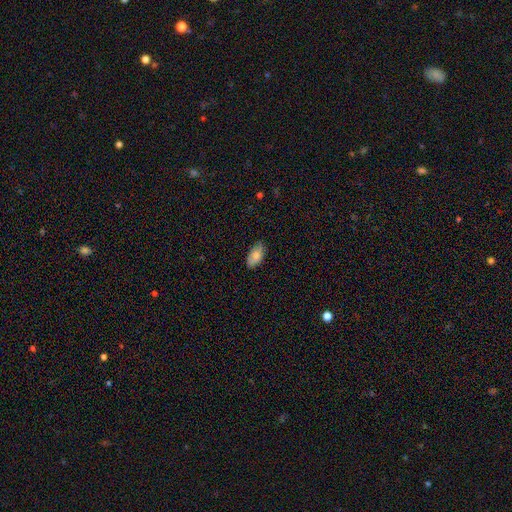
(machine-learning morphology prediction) smooth_or_featured: smooth (p=0.77) [alt: featured or disk p=0.17]
how_rounded: in between (p=0.93) [alt: cigar-shaped p=0.04]
merging: none (p=0.78) [alt: minor disturbance p=0.18]